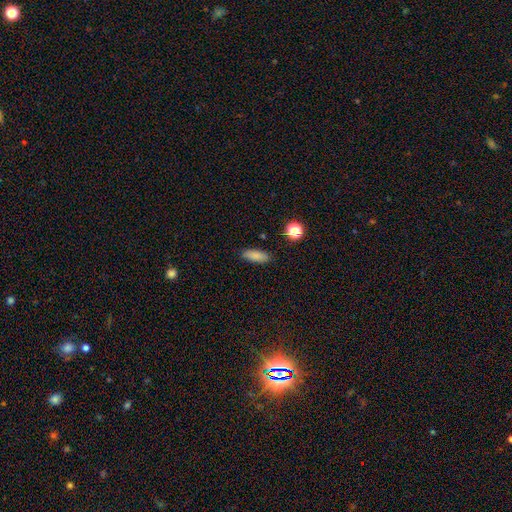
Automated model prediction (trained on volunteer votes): Q: Smooth or featured?
A: smooth (85%); runner-up: star or artifact (9%)
Q: How rounded?
A: in between (68%); runner-up: cigar-shaped (29%)
Q: Merging?
A: none (86%); runner-up: minor disturbance (10%)